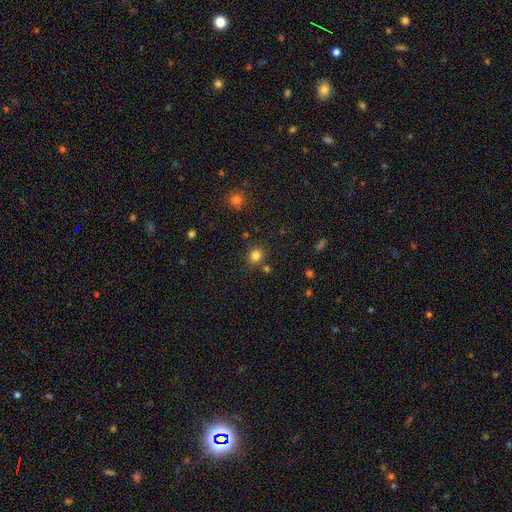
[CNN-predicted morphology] Smooth or featured: smooth — 82% (star or artifact — 14%)
How rounded: round — 84% (in between — 15%)
Merging: none — 80% (minor disturbance — 9%)